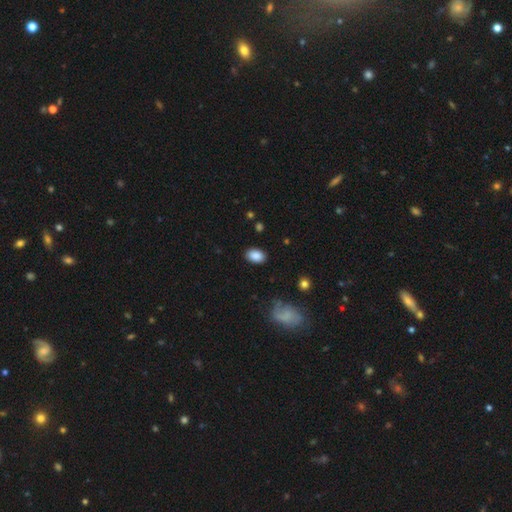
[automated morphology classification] A smooth galaxy with no disk features (88%) that is in between round and cigar-shaped (85%). Merging: none (87%).